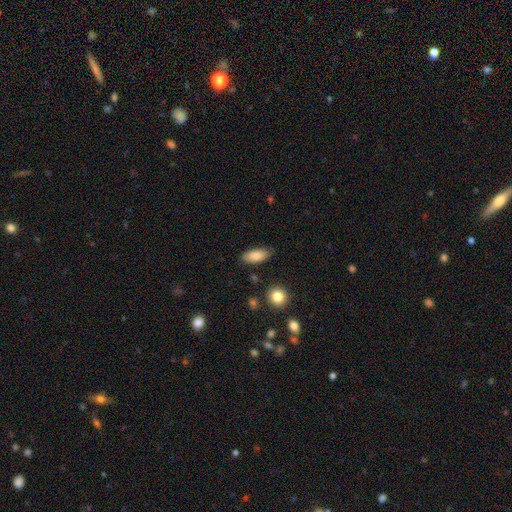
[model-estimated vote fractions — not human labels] smooth 84%, featured or disk 9%, star or artifact 7%. Down the decision tree: how rounded — in between (85%); merging — none (80%).